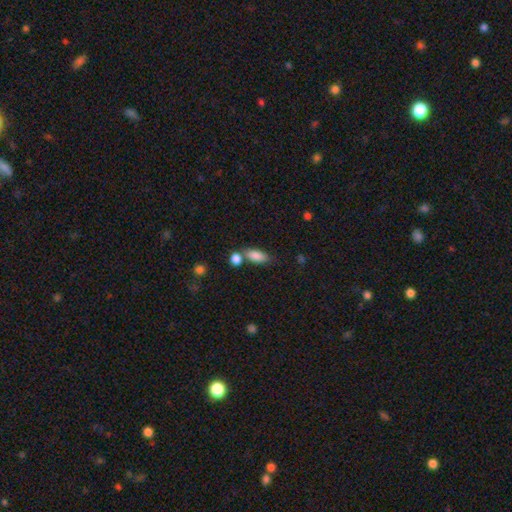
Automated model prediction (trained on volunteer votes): Smooth or featured? Predicted: smooth (p=0.85). How rounded? Predicted: in between (p=0.83). Merging? Predicted: none (p=0.53).